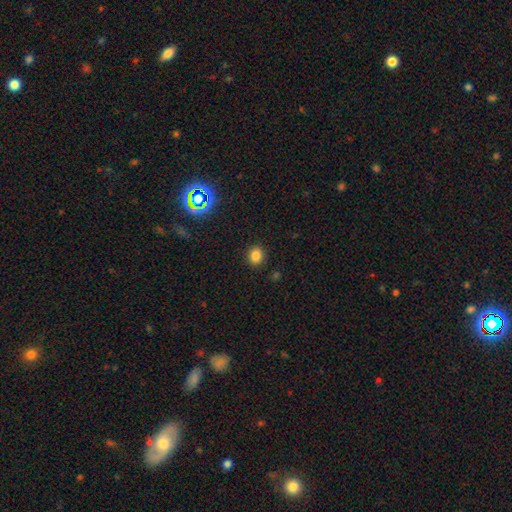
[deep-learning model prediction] Smooth or featured: smooth — 82% (star or artifact — 14%)
How rounded: round — 68% (in between — 31%)
Merging: none — 89% (minor disturbance — 7%)